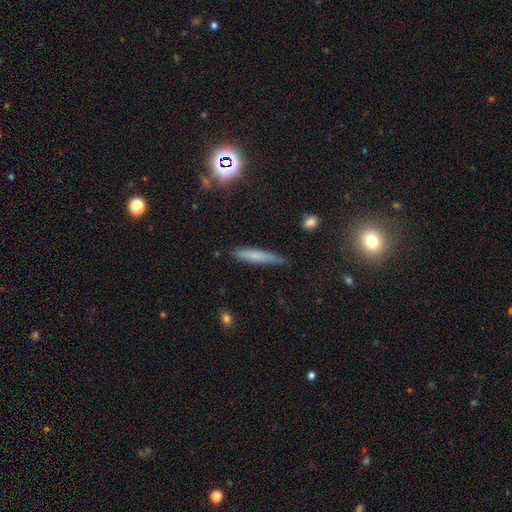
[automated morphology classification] smooth_or_featured: smooth (p=0.67) [alt: featured or disk p=0.22]
how_rounded: cigar-shaped (p=0.90) [alt: in between p=0.08]
merging: none (p=0.74) [alt: minor disturbance p=0.21]